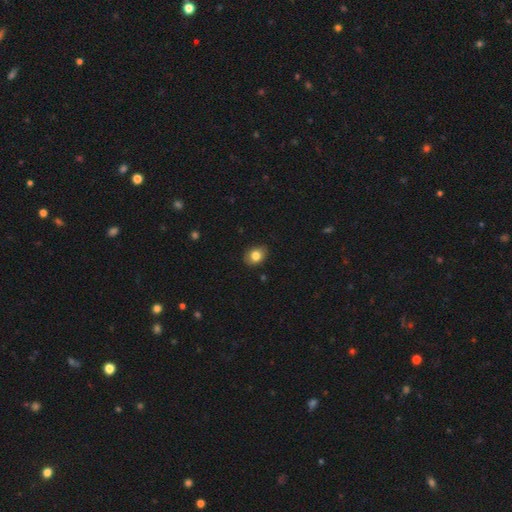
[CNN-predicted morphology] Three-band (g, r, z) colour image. It shows a smooth galaxy with no disk features (82%) that is in between round and cigar-shaped (58%). Merging: none (86%).